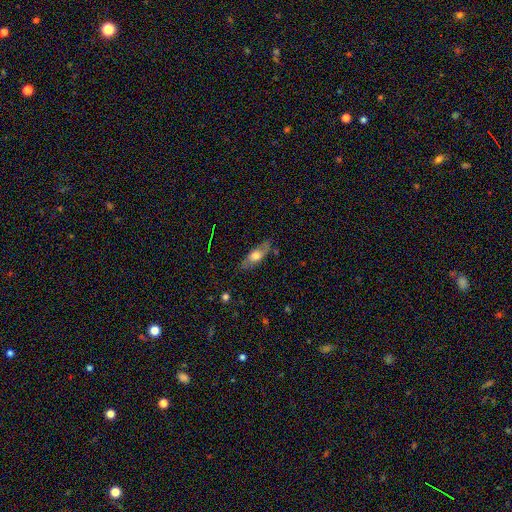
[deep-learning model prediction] smooth 53%, featured or disk 40%, star or artifact 7%. Down the decision tree: how rounded — in between (66%); merging — none (78%).